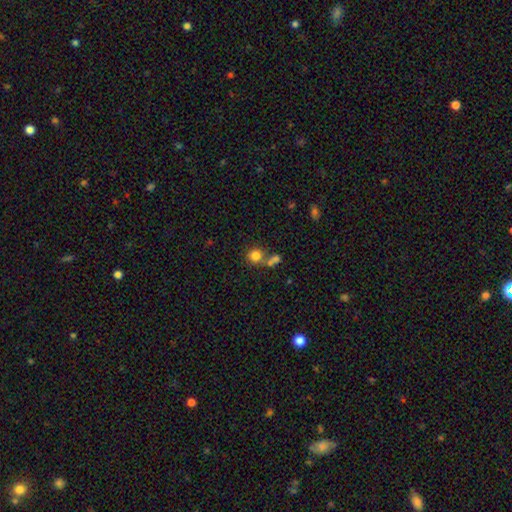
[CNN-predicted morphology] smooth_or_featured: smooth (p=0.81) [alt: star or artifact p=0.12]
how_rounded: round (p=0.87) [alt: in between p=0.12]
merging: none (p=0.55) [alt: merger p=0.31]